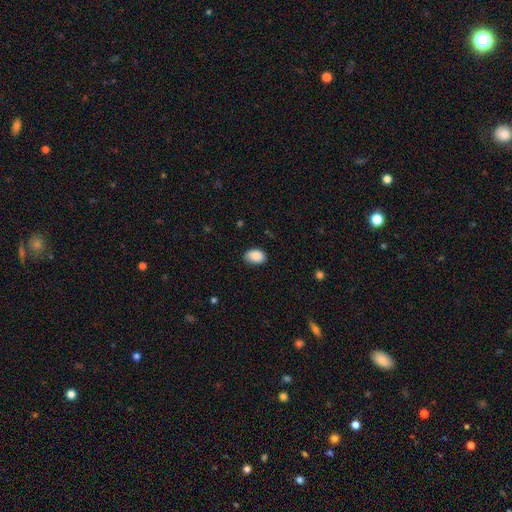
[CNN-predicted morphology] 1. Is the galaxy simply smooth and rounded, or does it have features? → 89% smooth, 7% star or artifact, 4% featured or disk.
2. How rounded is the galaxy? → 85% in between, 14% round, 1% cigar-shaped.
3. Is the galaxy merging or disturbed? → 81% none, 15% minor disturbance, 3% major disturbance, 1% merger.